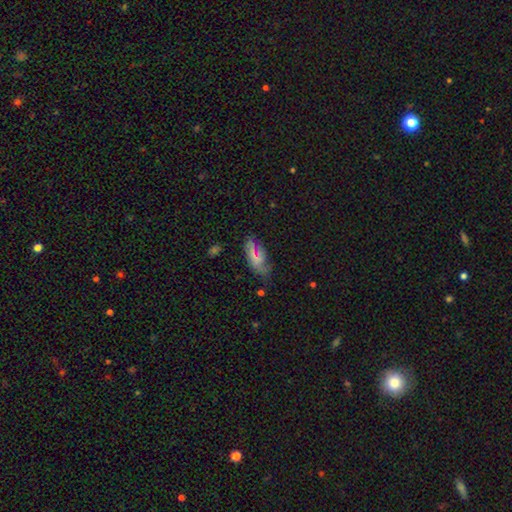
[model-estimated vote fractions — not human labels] Smooth or featured? smooth (57%)
How rounded? in between (88%)
Merging? none (55%)